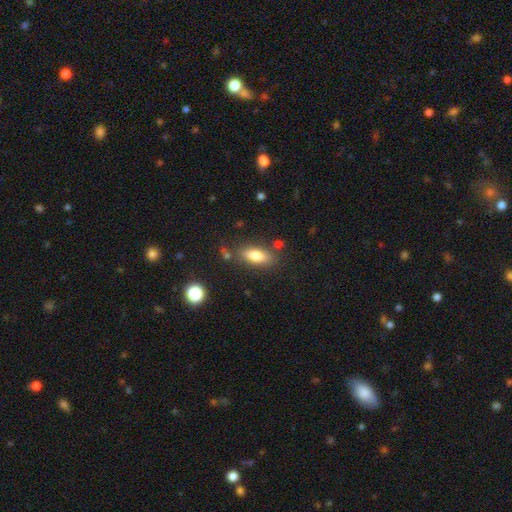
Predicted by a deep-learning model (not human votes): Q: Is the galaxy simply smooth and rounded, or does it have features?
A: smooth — 78%.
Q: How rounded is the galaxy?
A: in between — 80%.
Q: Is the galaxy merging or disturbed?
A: none — 78%.